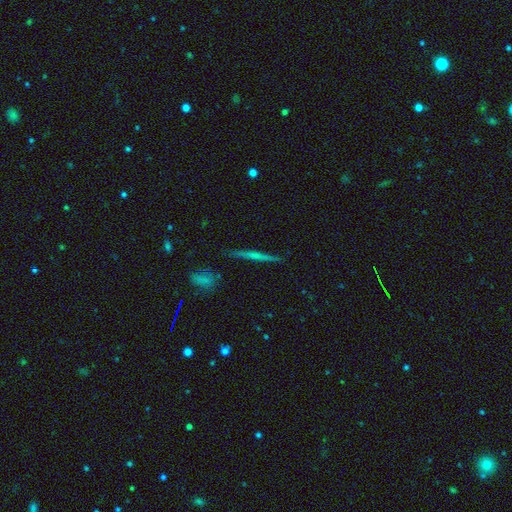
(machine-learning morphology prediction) smooth-or-featured: featured or disk: 56% | smooth: 36% | star or artifact: 8%
  disk-edge-on: yes: 97% | no: 3%
    edge-on-bulge: none: 65% | rounded: 26% | boxy: 9%
  merging: none: 89% | minor disturbance: 8% | merger: 2% | major disturbance: 2%